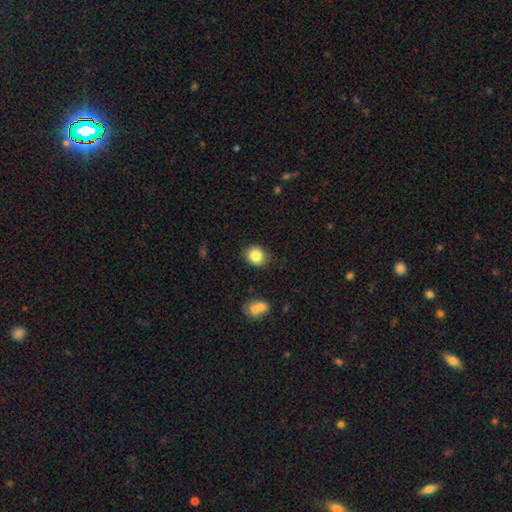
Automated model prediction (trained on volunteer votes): Overall: smooth (84%). How rounded: round (77%). Merging: none (86%).